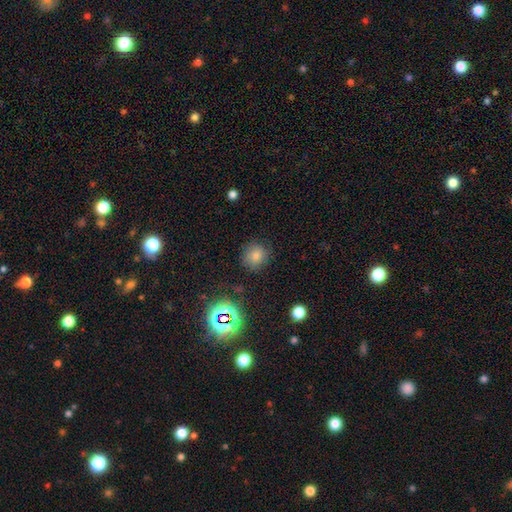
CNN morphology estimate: smooth_or_featured: smooth (p=0.75) [alt: star or artifact p=0.18]
how_rounded: round (p=0.86) [alt: in between p=0.13]
merging: none (p=0.84) [alt: minor disturbance p=0.11]